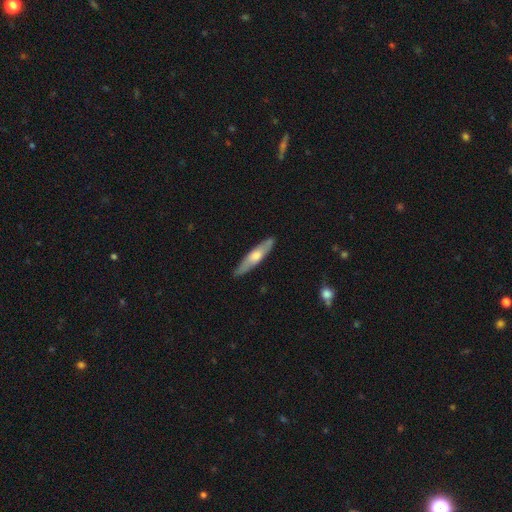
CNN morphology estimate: Q: Smooth or featured?
A: featured or disk (49%); runner-up: smooth (45%)
Q: Merging?
A: none (86%); runner-up: minor disturbance (11%)